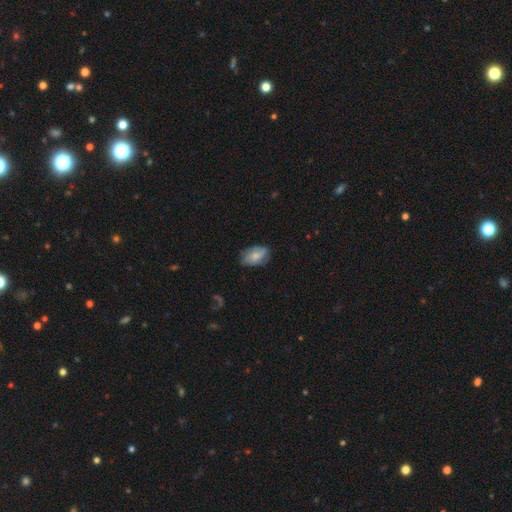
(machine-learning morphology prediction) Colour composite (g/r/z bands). It shows a smooth galaxy with no disk features (54%) that is in between round and cigar-shaped (89%). Merging: none (66%).